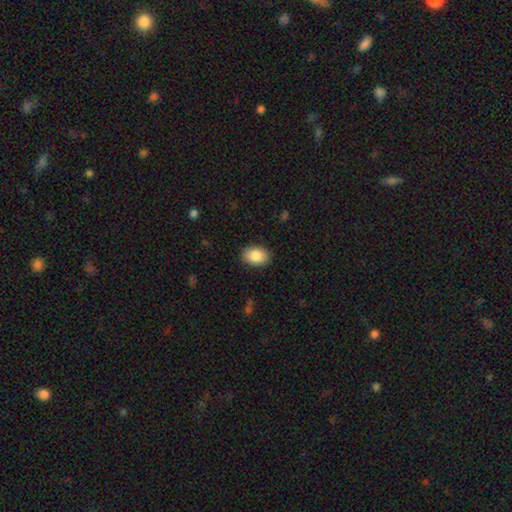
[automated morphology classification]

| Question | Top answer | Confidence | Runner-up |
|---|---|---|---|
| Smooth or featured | smooth | 87% | star or artifact (7%) |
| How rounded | in between | 84% | round (15%) |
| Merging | none | 88% | minor disturbance (9%) |